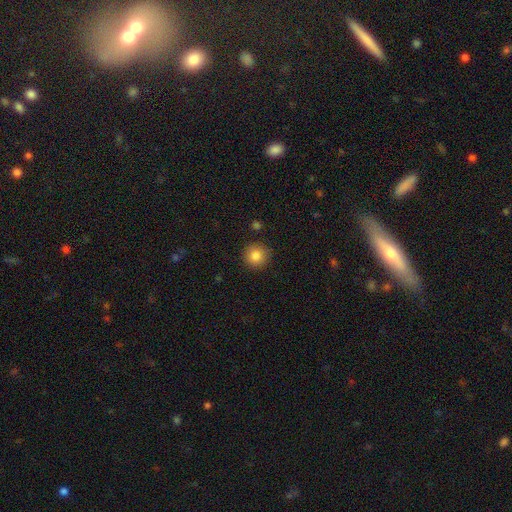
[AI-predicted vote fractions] smooth_or_featured: smooth (p=0.84) [alt: star or artifact p=0.10]
how_rounded: round (p=0.94) [alt: in between p=0.05]
merging: none (p=0.90) [alt: minor disturbance p=0.07]